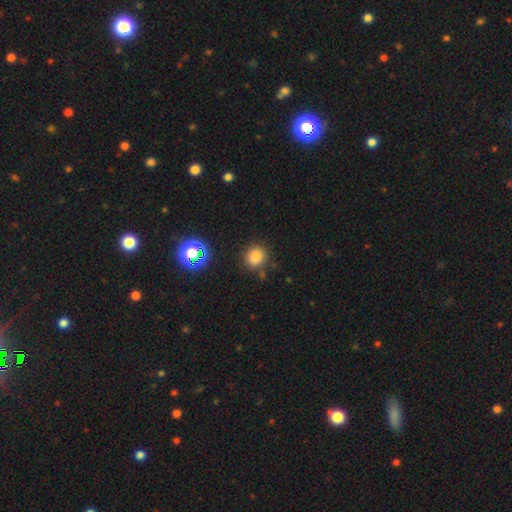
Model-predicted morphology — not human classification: smooth-or-featured: smooth: 80% | star or artifact: 15% | featured or disk: 5%
  how-rounded: round: 82% | in between: 17% | cigar-shaped: 1%
  merging: none: 83% | minor disturbance: 10% | merger: 4% | major disturbance: 3%